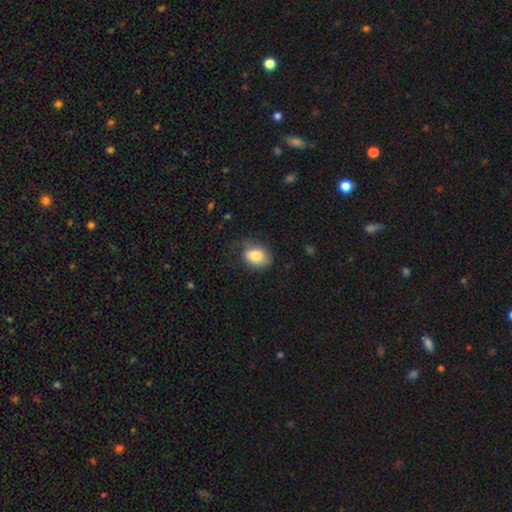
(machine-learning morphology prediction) A smooth galaxy with no disk features (79%) that is in between round and cigar-shaped (66%). Merging: none (58%).